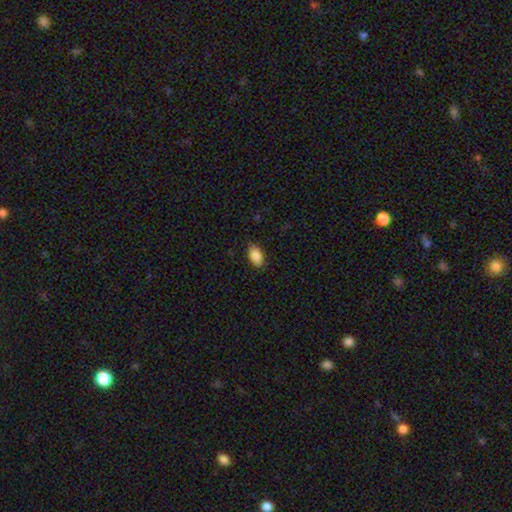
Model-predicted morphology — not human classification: Q: Smooth or featured?
A: smooth (88%); runner-up: star or artifact (7%)
Q: How rounded?
A: in between (92%); runner-up: round (5%)
Q: Merging?
A: none (86%); runner-up: minor disturbance (11%)